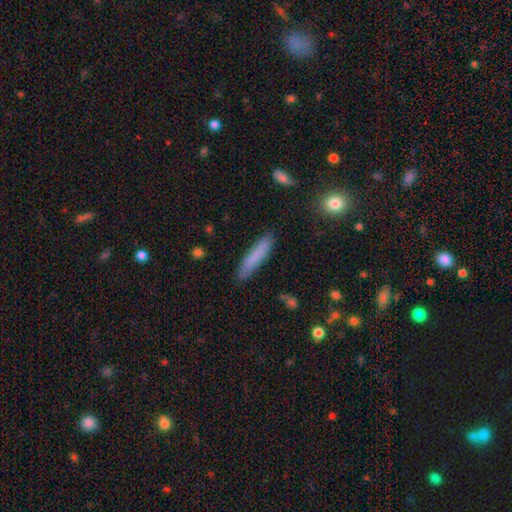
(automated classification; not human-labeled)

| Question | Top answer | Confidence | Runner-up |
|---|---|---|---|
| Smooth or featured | smooth | 79% | featured or disk (14%) |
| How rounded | cigar-shaped | 91% | in between (8%) |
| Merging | none | 87% | minor disturbance (9%) |